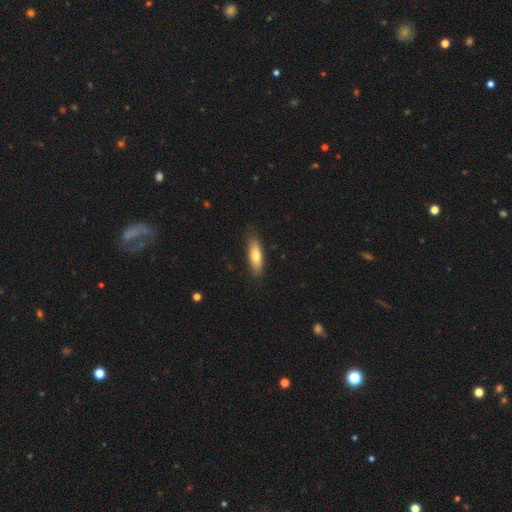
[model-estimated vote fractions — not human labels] smooth 71%, featured or disk 23%, star or artifact 6%. Down the decision tree: how rounded — cigar-shaped (50%); merging — none (84%).